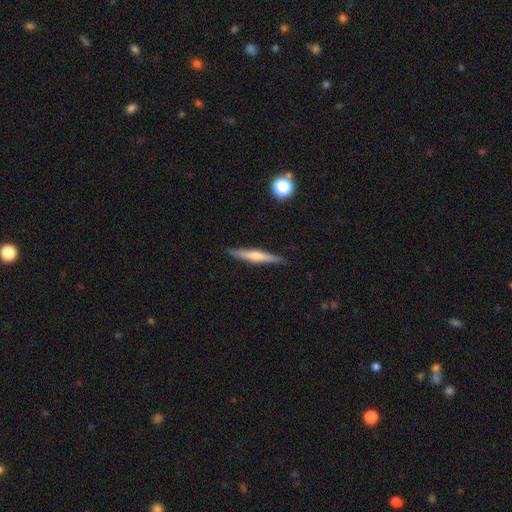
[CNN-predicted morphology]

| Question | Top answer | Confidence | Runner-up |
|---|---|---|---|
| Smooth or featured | featured or disk | 57% | smooth (36%) |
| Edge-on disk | yes | 97% | no (3%) |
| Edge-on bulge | rounded | 67% | none (17%) |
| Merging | none | 90% | minor disturbance (8%) |